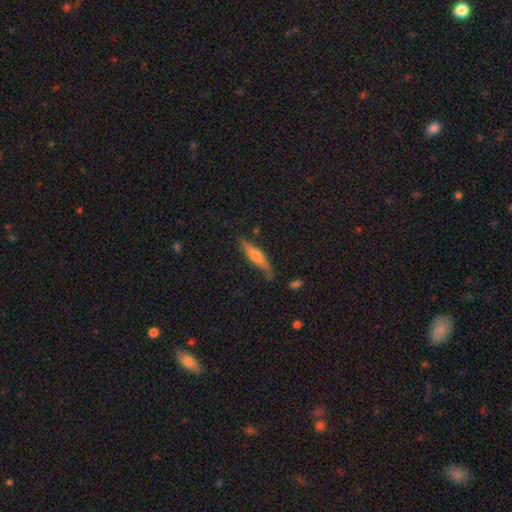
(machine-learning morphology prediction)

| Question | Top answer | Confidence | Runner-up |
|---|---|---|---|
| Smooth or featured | featured or disk | 48% | smooth (45%) |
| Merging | none | 75% | minor disturbance (18%) |